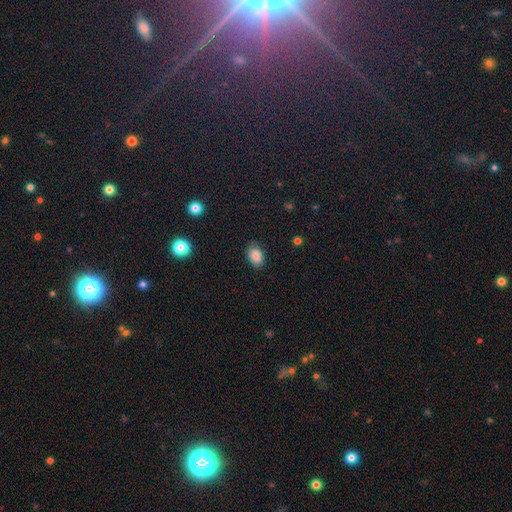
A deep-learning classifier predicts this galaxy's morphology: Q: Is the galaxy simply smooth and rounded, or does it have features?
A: smooth — 83%.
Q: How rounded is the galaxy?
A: in between — 84%.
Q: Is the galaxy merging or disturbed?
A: none — 75%.